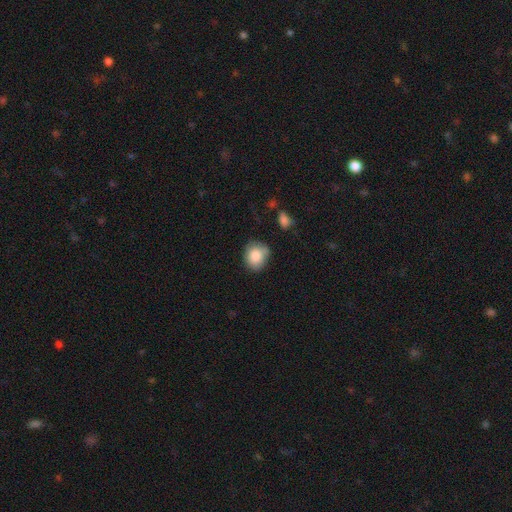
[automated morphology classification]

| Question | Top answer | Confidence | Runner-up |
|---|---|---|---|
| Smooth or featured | smooth | 85% | star or artifact (8%) |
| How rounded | round | 68% | in between (31%) |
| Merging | none | 65% | minor disturbance (25%) |